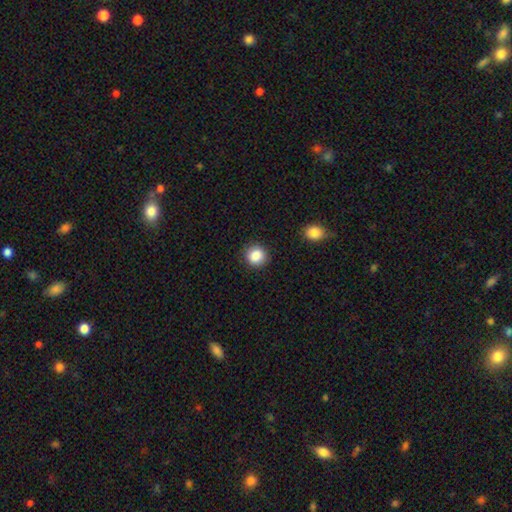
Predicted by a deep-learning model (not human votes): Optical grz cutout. It shows a smooth galaxy with no disk features (87%) that is round (89%). Merging: none (88%).